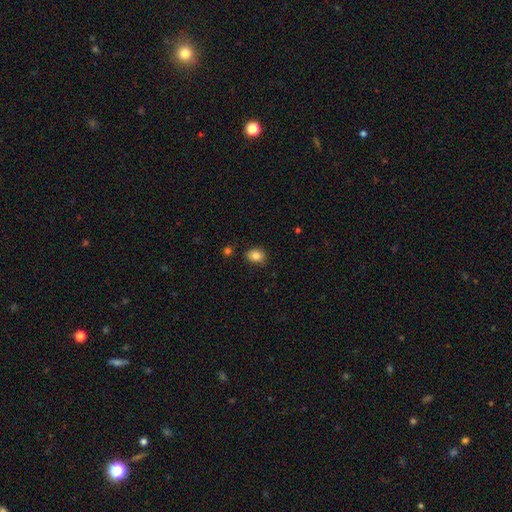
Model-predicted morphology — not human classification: smooth_or_featured: smooth (p=0.84) [alt: star or artifact p=0.09]
how_rounded: in between (p=0.58) [alt: round p=0.41]
merging: none (p=0.79) [alt: minor disturbance p=0.15]